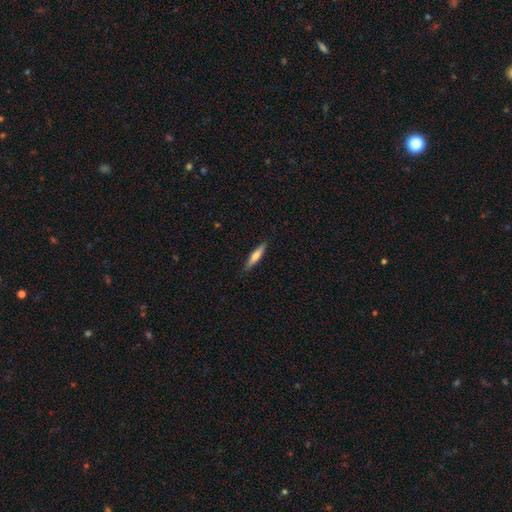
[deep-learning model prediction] smooth_or_featured: smooth (p=0.66) [alt: featured or disk p=0.29]
how_rounded: cigar-shaped (p=0.87) [alt: in between p=0.12]
merging: none (p=0.89) [alt: minor disturbance p=0.09]